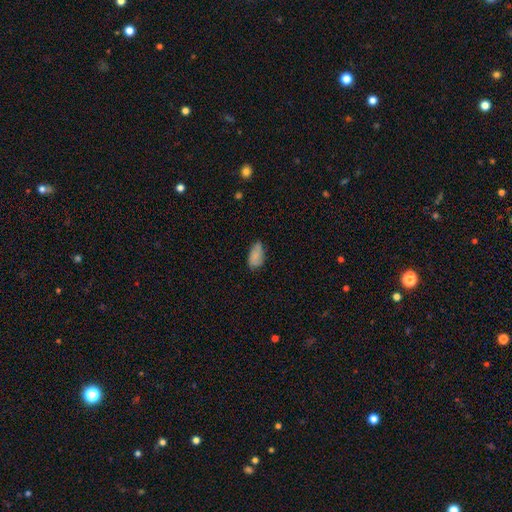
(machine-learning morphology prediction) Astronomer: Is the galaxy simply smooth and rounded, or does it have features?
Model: smooth — 83%.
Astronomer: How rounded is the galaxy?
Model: in between — 93%.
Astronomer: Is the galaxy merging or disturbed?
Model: none — 65%.